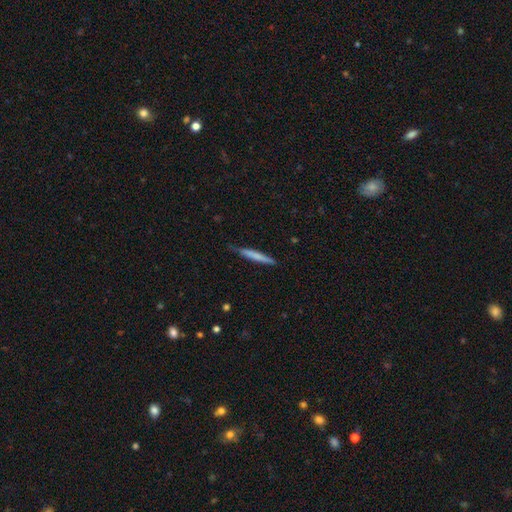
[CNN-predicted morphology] Smooth or featured? smooth (67%)
How rounded? cigar-shaped (95%)
Merging? none (78%)